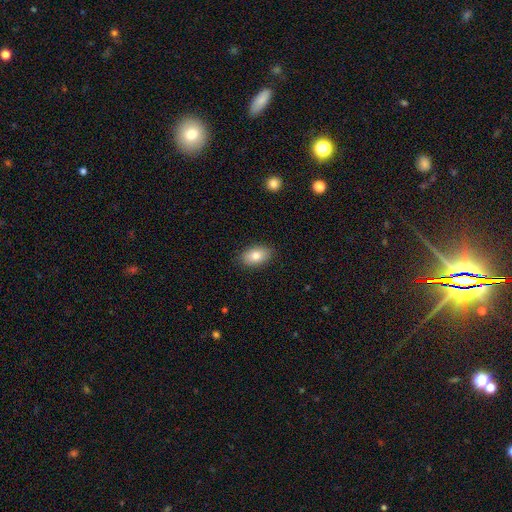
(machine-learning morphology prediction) smooth_or_featured: smooth (p=0.81) [alt: featured or disk p=0.11]
how_rounded: in between (p=0.90) [alt: round p=0.08]
merging: none (p=0.88) [alt: minor disturbance p=0.09]